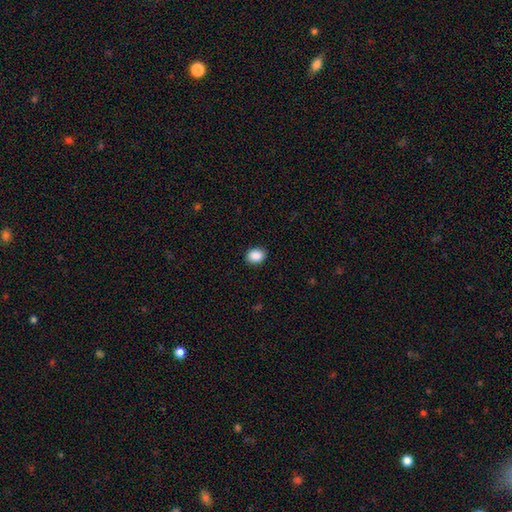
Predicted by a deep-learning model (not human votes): smooth-or-featured: smooth: 89% | star or artifact: 8% | featured or disk: 3%
  how-rounded: in between: 57% | round: 42% | cigar-shaped: 1%
  merging: none: 90% | minor disturbance: 7% | major disturbance: 2% | merger: 1%